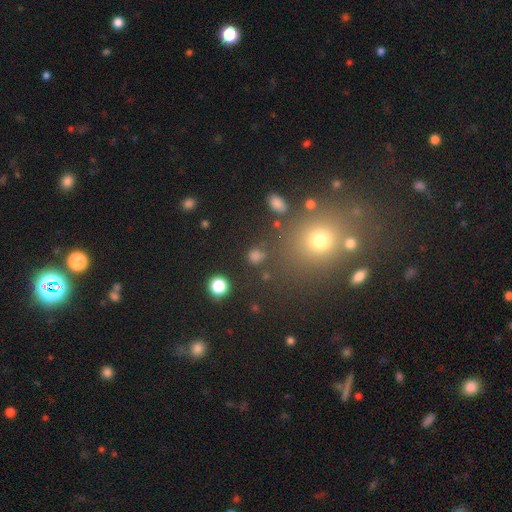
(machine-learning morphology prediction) This is likely a smooth galaxy (73%). How rounded: clearly round (82%). Merging: likely none (78%).